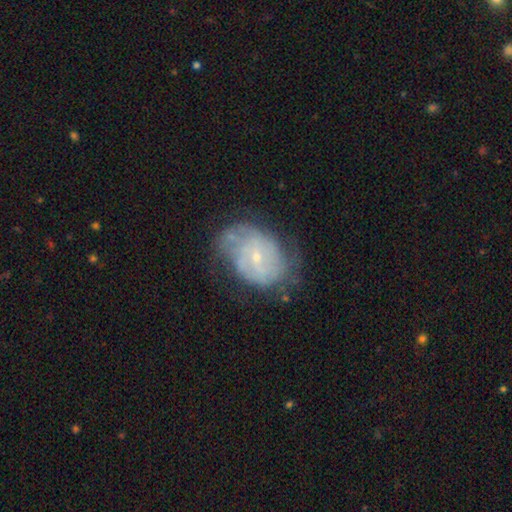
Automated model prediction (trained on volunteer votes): smooth_or_featured: featured or disk (p=0.71) [alt: smooth p=0.21]
disk_edge_on: no (p=0.97) [alt: yes p=0.03]
bar: no (p=0.58) [alt: weak p=0.35]
has_spiral_arms: yes (p=0.77) [alt: no p=0.23]
spiral_winding: tight (p=0.52) [alt: medium p=0.34]
spiral_arm_count: can't tell (p=0.52) [alt: 2 p=0.21]
bulge_size: small (p=0.75) [alt: moderate p=0.21]
merging: none (p=0.51) [alt: minor disturbance p=0.29]